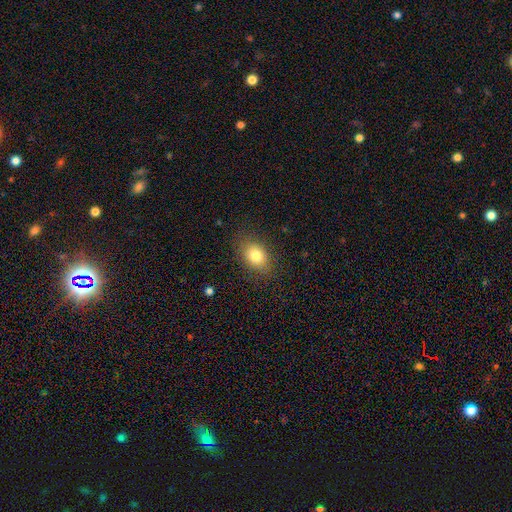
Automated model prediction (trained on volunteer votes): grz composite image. It shows a smooth galaxy with no disk features (79%) that is in between round and cigar-shaped (73%). Merging: none (83%).